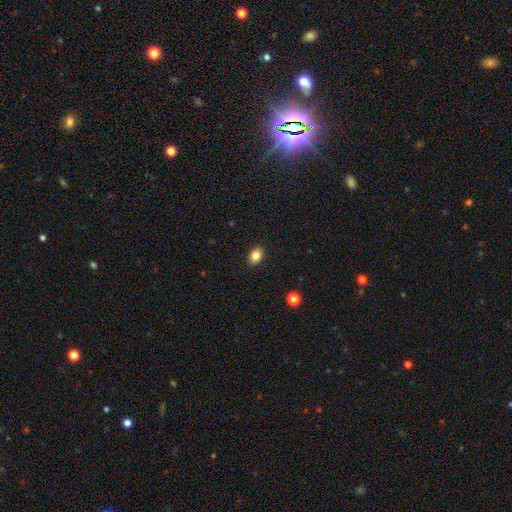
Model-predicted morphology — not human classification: The model was most divided on "how rounded": in between: 77%, round: 22%, cigar-shaped: 1%. More confident: merging — none (90%); smooth or featured — smooth (84%).